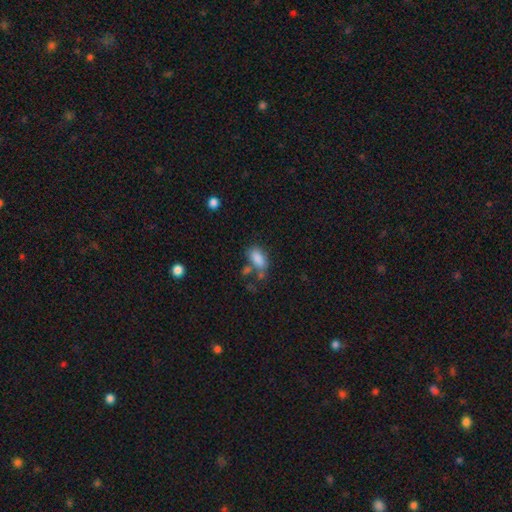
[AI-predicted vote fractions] A smooth galaxy with no disk features (69%) that is in between round and cigar-shaped (85%).

Vote fractions:
- Smooth or featured? smooth: 69% / star or artifact: 19% / featured or disk: 12%
- How rounded? in between: 85% / round: 8% / cigar-shaped: 7%
- Merging? none: 53% / minor disturbance: 19% / merger: 17% / major disturbance: 11%